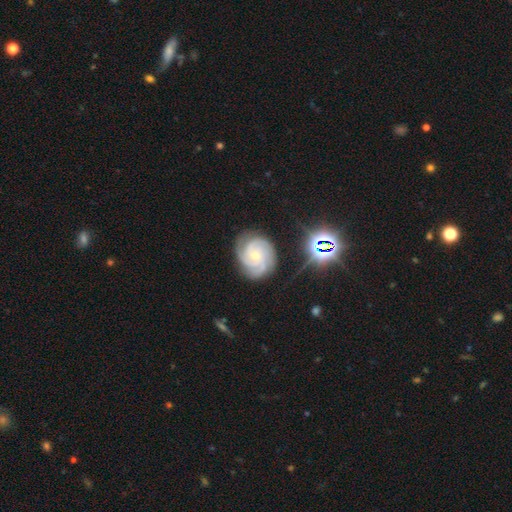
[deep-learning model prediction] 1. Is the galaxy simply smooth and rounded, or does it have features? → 85% featured or disk, 7% smooth, 7% star or artifact.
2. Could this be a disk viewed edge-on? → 98% no, 2% yes.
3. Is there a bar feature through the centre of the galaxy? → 74% no, 21% weak, 4% strong.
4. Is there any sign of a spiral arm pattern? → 98% yes, 2% no.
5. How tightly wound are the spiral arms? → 66% tight, 29% medium, 5% loose.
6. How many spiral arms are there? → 44% 3, 26% 4, 13% can't tell, 8% 2, 5% more than 4, 5% 1.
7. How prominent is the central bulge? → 63% small, 34% moderate, 1% none, 1% large, 1% dominant.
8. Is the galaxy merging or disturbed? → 75% none, 18% minor disturbance, 6% major disturbance, 2% merger.